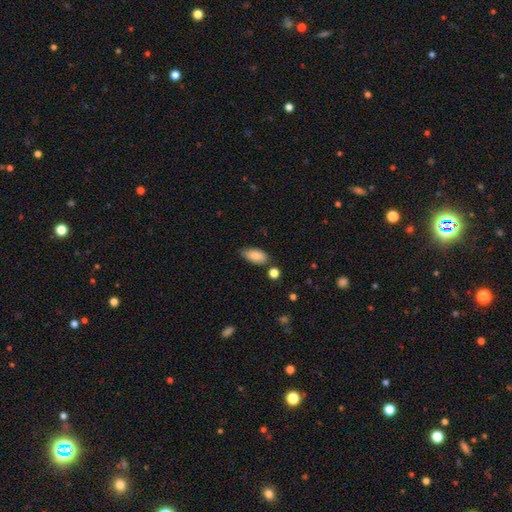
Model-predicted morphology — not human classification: Overall: smooth (84%). How rounded: in between (91%). Merging: none (71%).